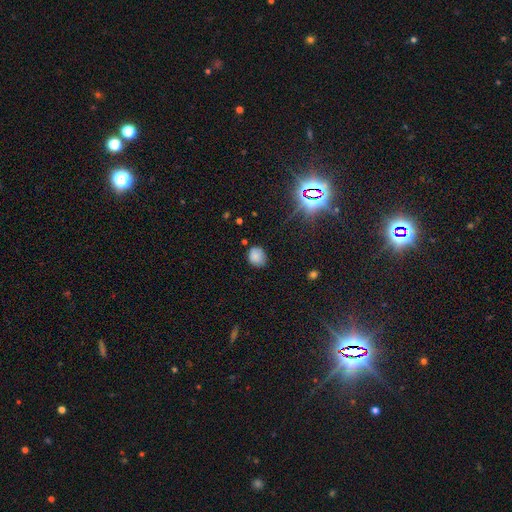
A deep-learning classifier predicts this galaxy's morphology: Overall: smooth (79%). How rounded: round (59%; in between 40%). Merging: none (68%).